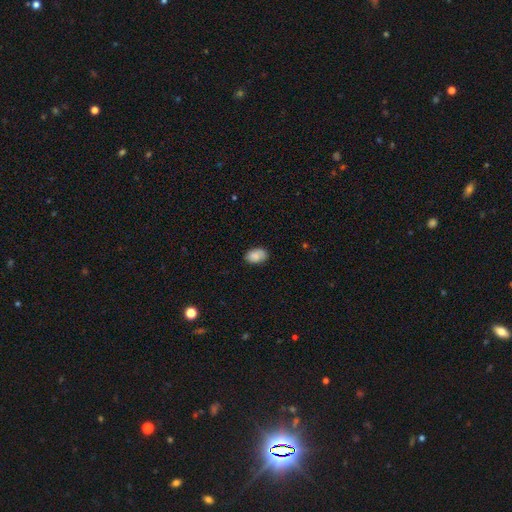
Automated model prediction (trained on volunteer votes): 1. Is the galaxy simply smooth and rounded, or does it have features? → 82% smooth, 10% featured or disk, 8% star or artifact.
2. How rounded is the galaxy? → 87% in between, 12% round, 1% cigar-shaped.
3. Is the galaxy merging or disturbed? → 74% none, 21% minor disturbance, 4% major disturbance, 2% merger.